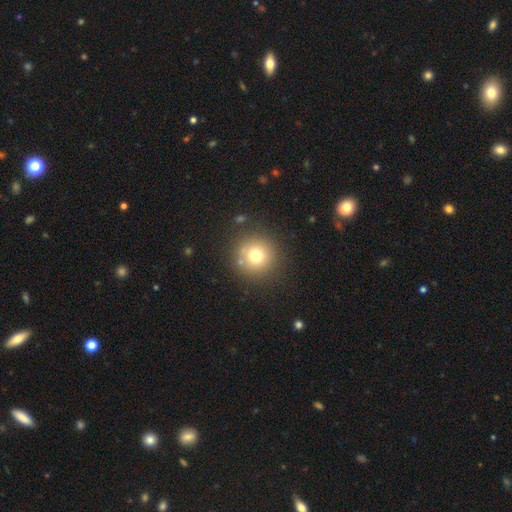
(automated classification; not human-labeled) Smooth or featured? Predicted: smooth (p=0.74). How rounded? Predicted: round (p=0.95). Merging? Predicted: none (p=0.84).